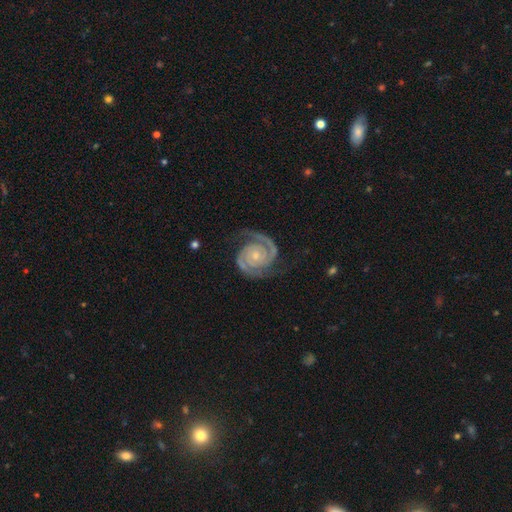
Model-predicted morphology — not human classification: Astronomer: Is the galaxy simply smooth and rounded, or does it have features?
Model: featured or disk — 93%.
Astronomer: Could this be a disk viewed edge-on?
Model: no — 98%.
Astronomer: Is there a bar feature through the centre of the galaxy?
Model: no — 74%.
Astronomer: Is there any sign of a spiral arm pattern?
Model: yes — 99%.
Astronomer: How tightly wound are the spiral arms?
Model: tight — 67%.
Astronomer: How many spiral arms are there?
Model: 2 — 90%.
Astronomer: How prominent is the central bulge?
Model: small — 63%.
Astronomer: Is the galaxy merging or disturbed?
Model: none — 77%.